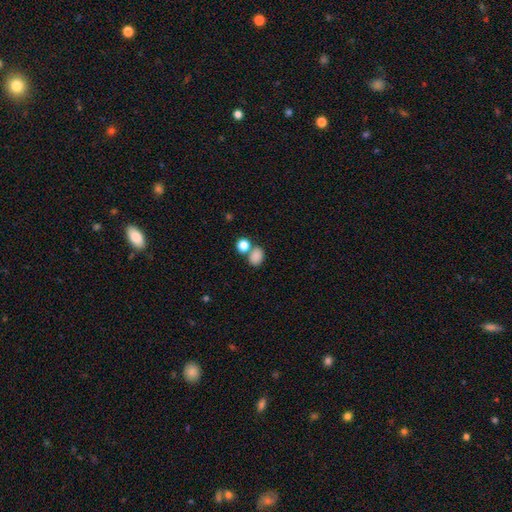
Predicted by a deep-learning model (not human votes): A smooth galaxy with no disk features (84%) that is in between round and cigar-shaped (55%). Merging: none (58%).